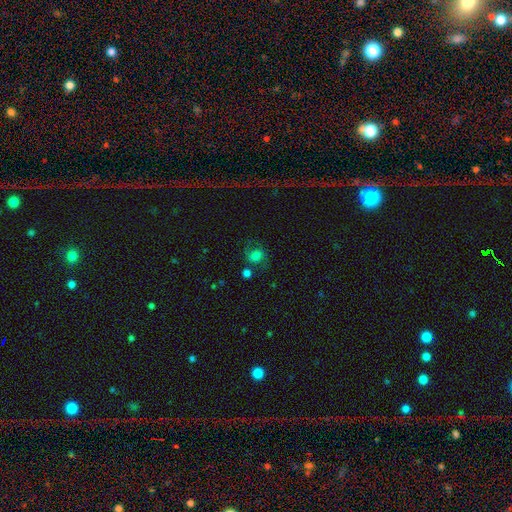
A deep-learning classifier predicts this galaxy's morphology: The model was most divided on "smooth or featured": smooth: 57%, featured or disk: 28%, star or artifact: 16%. More confident: how rounded — round (70%); merging — none (61%).